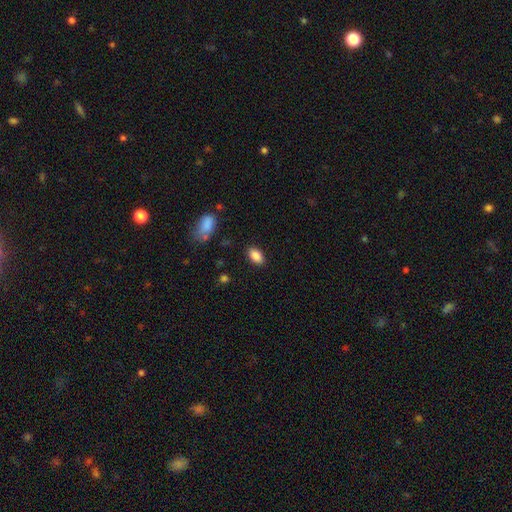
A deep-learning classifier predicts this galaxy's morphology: Smooth or featured? Predicted: smooth (p=0.87). How rounded? Predicted: in between (p=0.90). Merging? Predicted: none (p=0.86).